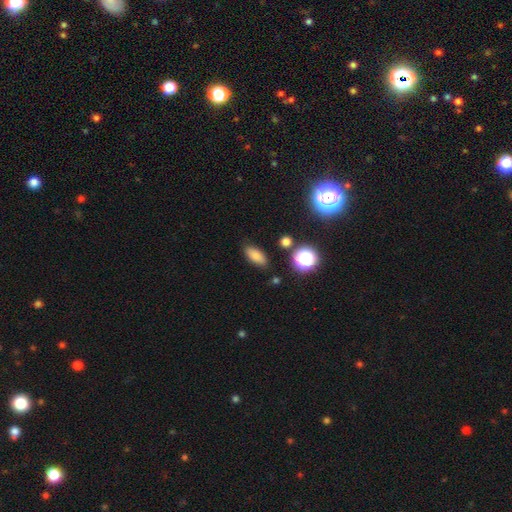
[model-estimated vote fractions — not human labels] This is likely a smooth galaxy (80%). How rounded: clearly in between (81%). Merging: clearly none (85%).